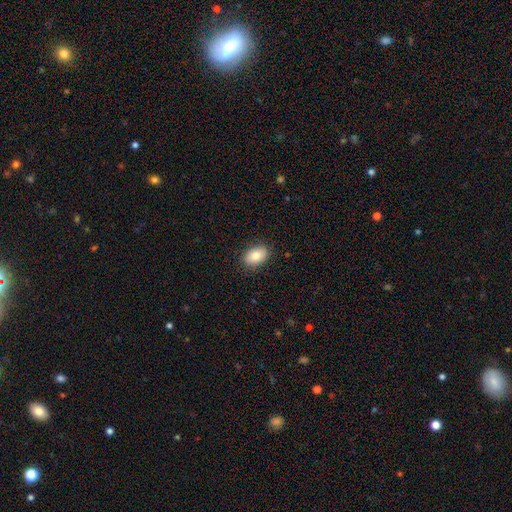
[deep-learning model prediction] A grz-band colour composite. It shows a smooth galaxy with no disk features (84%) that is in between round and cigar-shaped (87%). Merging: none (88%).